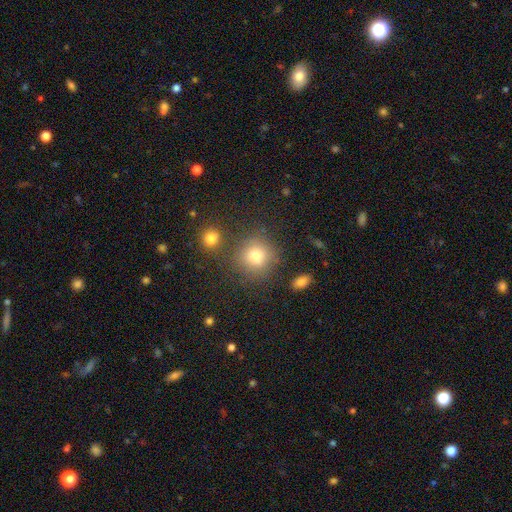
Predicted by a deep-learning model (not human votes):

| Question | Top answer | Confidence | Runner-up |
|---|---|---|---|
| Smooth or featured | smooth | 79% | star or artifact (13%) |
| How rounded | round | 87% | in between (12%) |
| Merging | none | 74% | minor disturbance (11%) |